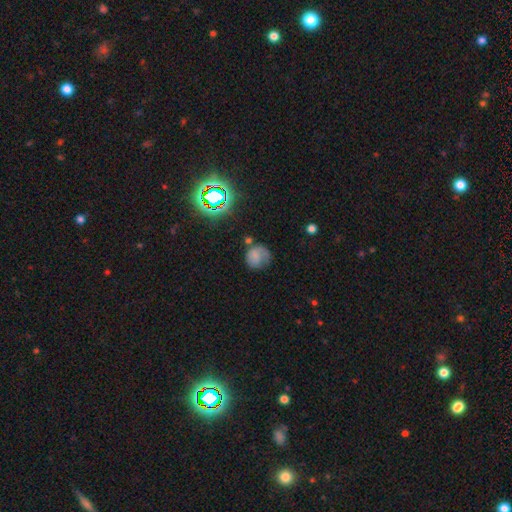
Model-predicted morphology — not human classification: This is likely a smooth galaxy (65%). How rounded: likely round (77%). Merging: possibly none (49%).